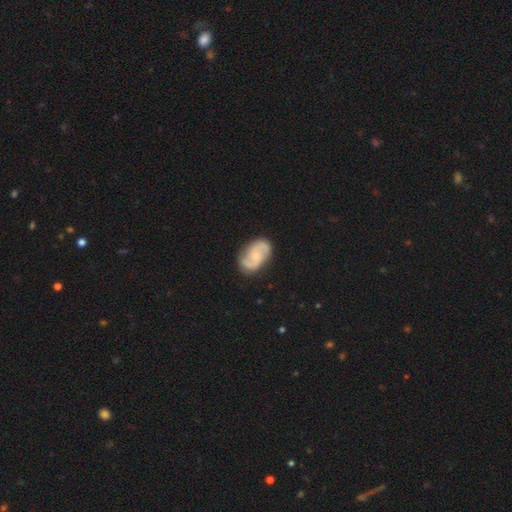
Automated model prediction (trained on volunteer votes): Smooth or featured? featured or disk (80%)
Edge-on disk? no (97%)
Bar? no (59%)
Spiral arms? yes (96%)
Spiral winding? medium (51%)
Spiral arm count? 2 (91%)
Bulge size? small (58%)
Merging? none (81%)